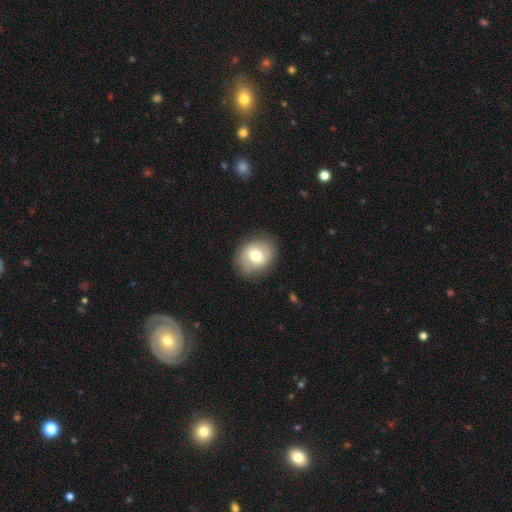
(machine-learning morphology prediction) This appears to be a smooth galaxy with no disk features (62%) that is round (59%). Merging: none (81%).